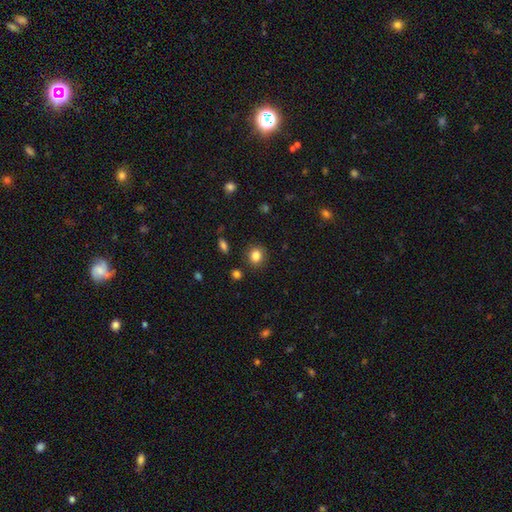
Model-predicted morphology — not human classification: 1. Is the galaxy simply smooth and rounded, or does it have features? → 84% smooth, 10% star or artifact, 5% featured or disk.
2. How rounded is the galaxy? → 77% round, 22% in between, 1% cigar-shaped.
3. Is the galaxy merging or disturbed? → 87% none, 8% minor disturbance, 3% major disturbance, 2% merger.